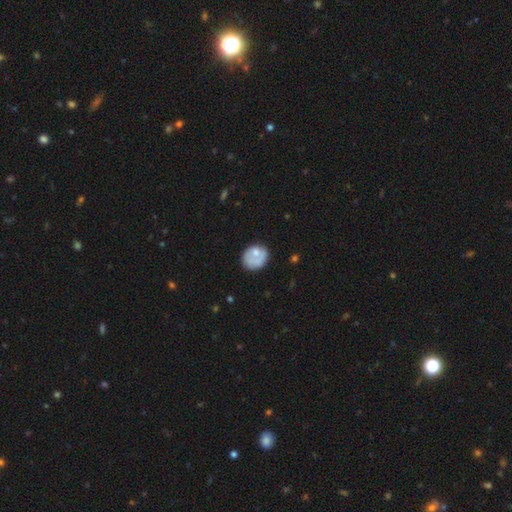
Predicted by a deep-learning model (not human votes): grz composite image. It shows a smooth galaxy with no disk features (66%) that is round (67%). Merging: none (58%).